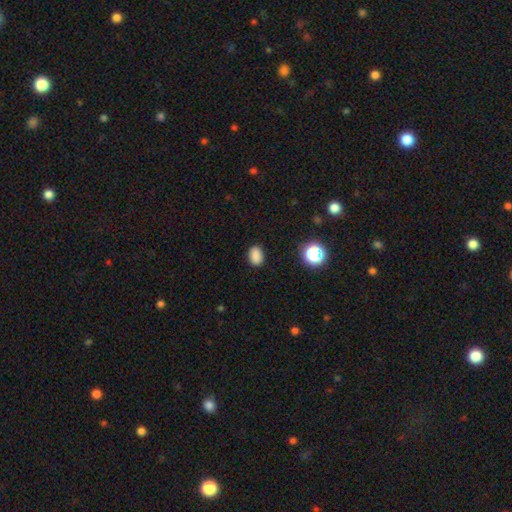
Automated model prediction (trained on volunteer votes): This appears to be a smooth galaxy with no disk features (84%) that is in between round and cigar-shaped (75%). Merging: none (87%).